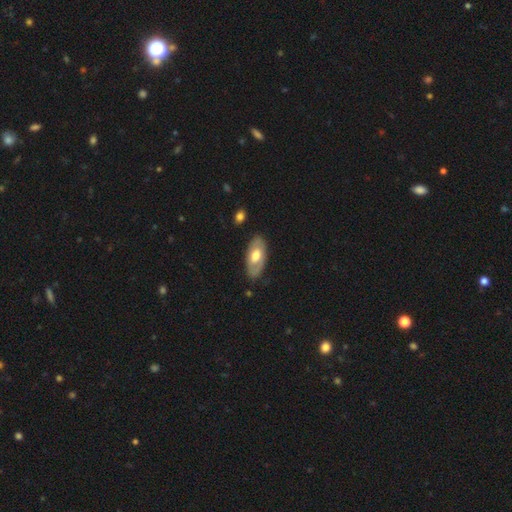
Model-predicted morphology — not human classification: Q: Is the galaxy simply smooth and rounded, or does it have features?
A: smooth — 50%.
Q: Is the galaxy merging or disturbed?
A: none — 81%.